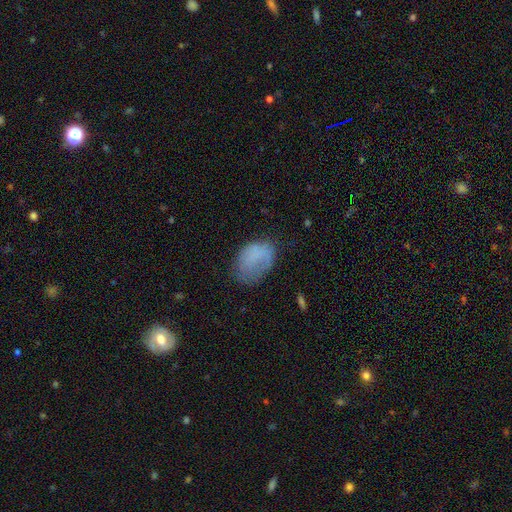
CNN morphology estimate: Q: Smooth or featured?
A: smooth (72%); runner-up: featured or disk (17%)
Q: How rounded?
A: in between (82%); runner-up: round (17%)
Q: Merging?
A: none (44%); runner-up: minor disturbance (31%)